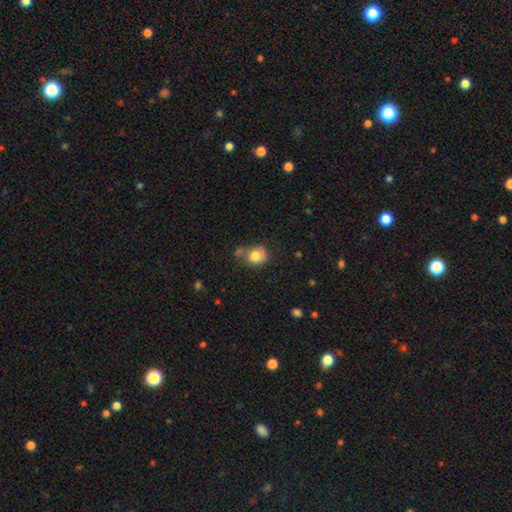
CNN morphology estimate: smooth-or-featured: smooth: 80% | featured or disk: 11% | star or artifact: 9%
  how-rounded: round: 70% | in between: 29% | cigar-shaped: 1%
  merging: none: 45% | minor disturbance: 24% | merger: 21% | major disturbance: 10%